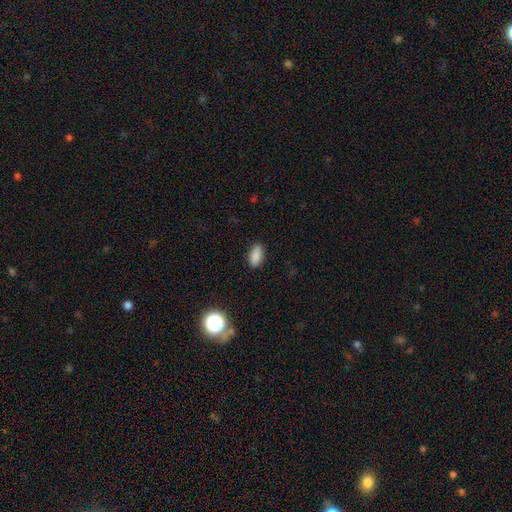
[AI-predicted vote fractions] Morphology: type=smooth (87%); roundness=in between (87%); merging=none (87%).